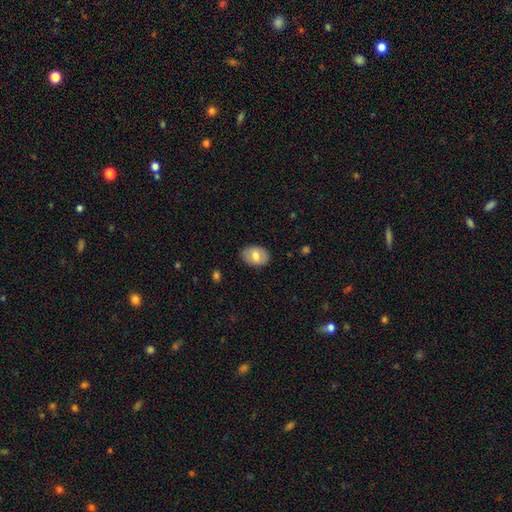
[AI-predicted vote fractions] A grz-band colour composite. It shows a smooth galaxy with no disk features (70%) that is in between round and cigar-shaped (83%). Merging: none (85%).